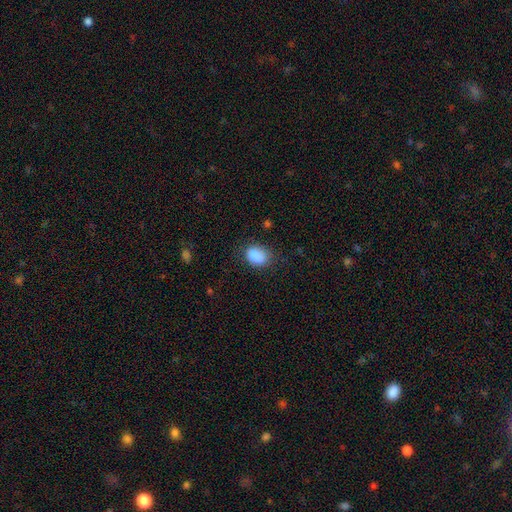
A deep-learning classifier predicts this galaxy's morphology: This is clearly a smooth galaxy (87%). How rounded: likely in between (71%). Merging: likely none (72%).